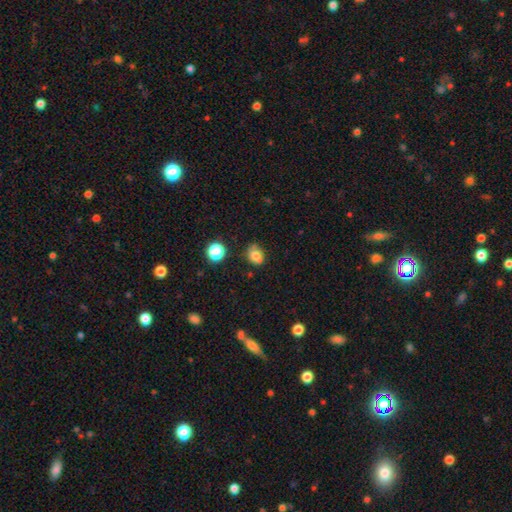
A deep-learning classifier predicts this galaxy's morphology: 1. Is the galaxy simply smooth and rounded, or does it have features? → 76% smooth, 13% star or artifact, 11% featured or disk.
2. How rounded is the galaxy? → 50% in between, 49% round, 1% cigar-shaped.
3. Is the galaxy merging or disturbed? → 61% none, 26% minor disturbance, 7% merger, 6% major disturbance.